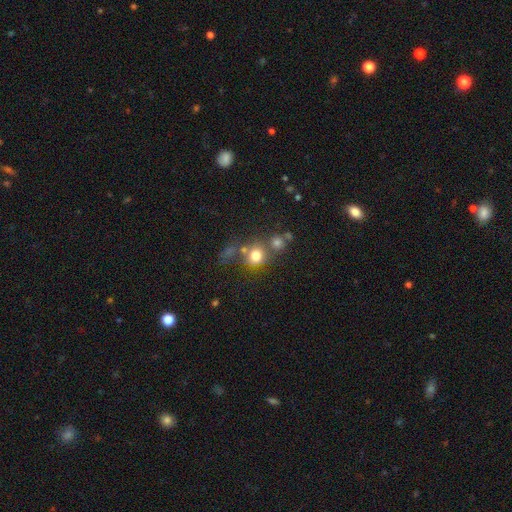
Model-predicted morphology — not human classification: This appears to be a smooth galaxy with no disk features (75%) that is round (81%). Merging: none (54%).